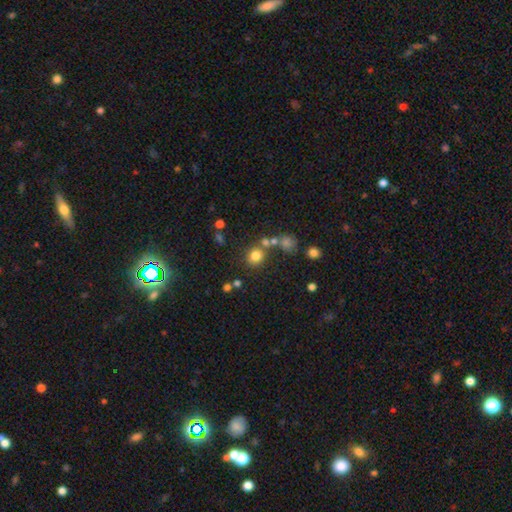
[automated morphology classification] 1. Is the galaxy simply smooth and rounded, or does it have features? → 78% smooth, 15% star or artifact, 7% featured or disk.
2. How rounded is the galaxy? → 84% round, 15% in between, 1% cigar-shaped.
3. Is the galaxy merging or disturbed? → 71% none, 14% merger, 10% minor disturbance, 5% major disturbance.